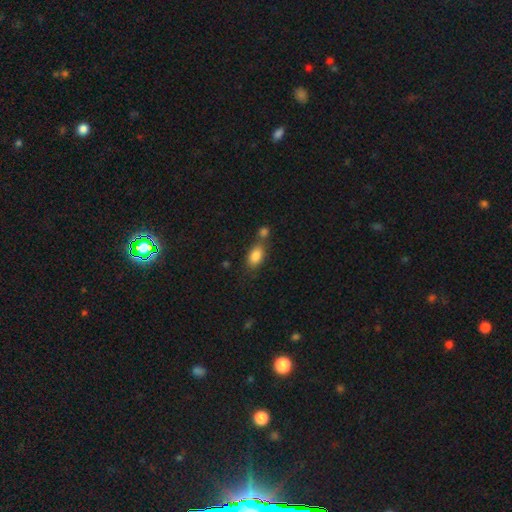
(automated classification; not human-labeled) smooth-or-featured: smooth: 84% | star or artifact: 8% | featured or disk: 8%
  how-rounded: in between: 86% | round: 10% | cigar-shaped: 4%
  merging: none: 51% | merger: 32% | minor disturbance: 13% | major disturbance: 4%